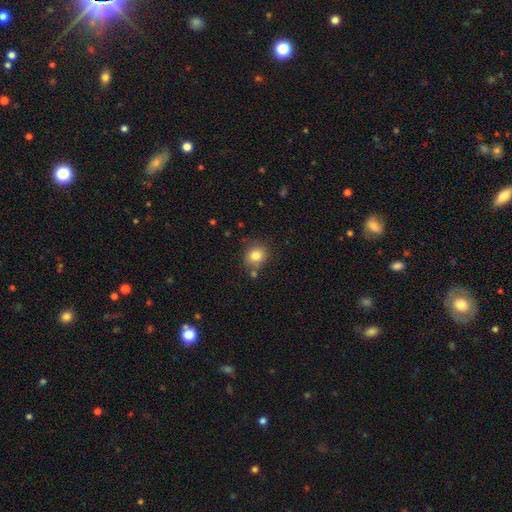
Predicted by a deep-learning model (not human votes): Smooth or featured? Predicted: smooth (p=0.81). How rounded? Predicted: round (p=0.79). Merging? Predicted: none (p=0.72).